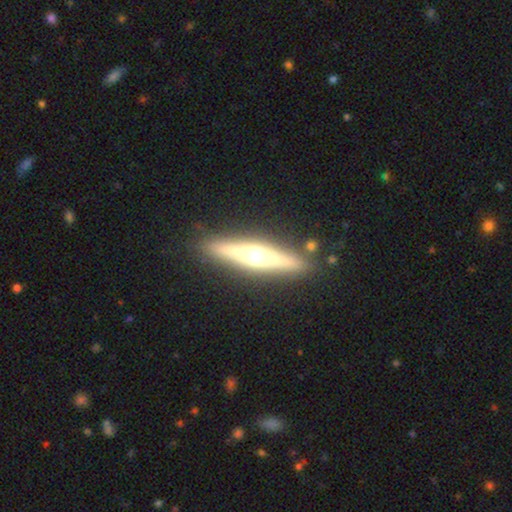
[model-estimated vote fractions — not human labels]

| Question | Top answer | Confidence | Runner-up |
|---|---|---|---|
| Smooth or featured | featured or disk | 71% | smooth (23%) |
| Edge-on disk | yes | 95% | no (5%) |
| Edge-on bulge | rounded | 93% | boxy (4%) |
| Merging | none | 87% | minor disturbance (8%) |